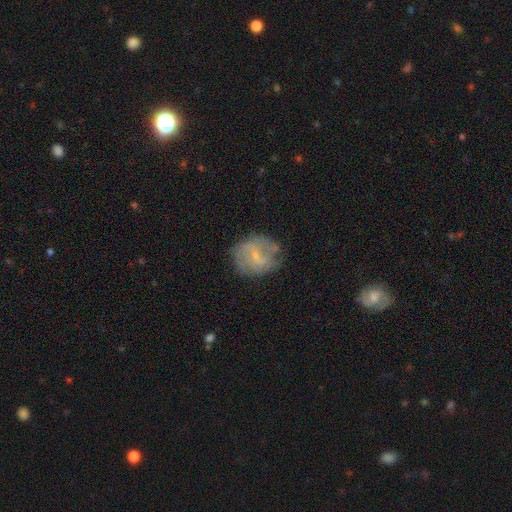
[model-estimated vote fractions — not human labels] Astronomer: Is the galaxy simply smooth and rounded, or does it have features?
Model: featured or disk — 67%.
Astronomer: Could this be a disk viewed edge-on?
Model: no — 98%.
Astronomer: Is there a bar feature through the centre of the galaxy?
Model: weak — 52% (runner-up: no, 38%).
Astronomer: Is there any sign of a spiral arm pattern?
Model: yes — 82%.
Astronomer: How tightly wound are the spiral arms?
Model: medium — 44% (runner-up: tight, 31%).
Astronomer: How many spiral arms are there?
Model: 2 — 44% (runner-up: can't tell, 32%).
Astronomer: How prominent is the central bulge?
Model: small — 74%.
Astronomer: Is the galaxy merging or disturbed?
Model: none — 68%.